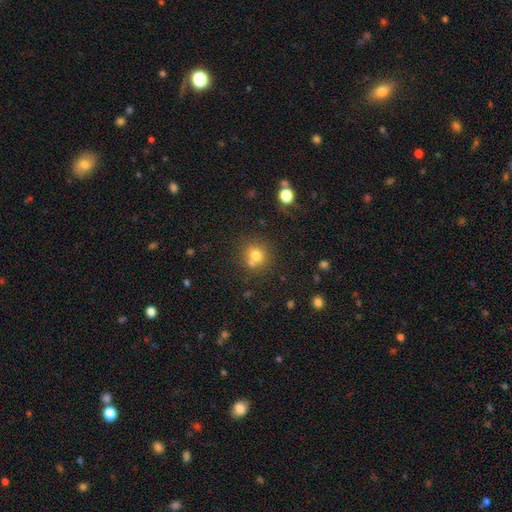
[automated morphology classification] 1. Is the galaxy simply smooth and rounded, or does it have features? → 73% smooth, 15% star or artifact, 12% featured or disk.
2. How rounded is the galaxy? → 85% round, 15% in between, 1% cigar-shaped.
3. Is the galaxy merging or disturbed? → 59% none, 28% merger, 10% minor disturbance, 4% major disturbance.